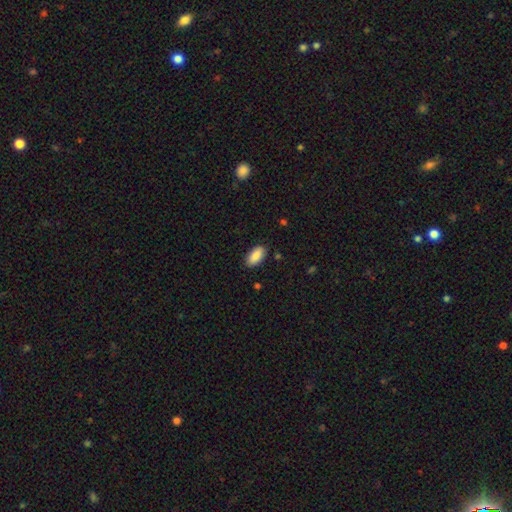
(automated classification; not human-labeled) smooth-or-featured: smooth: 88% | star or artifact: 6% | featured or disk: 6%
  how-rounded: in between: 92% | cigar-shaped: 6% | round: 2%
  merging: none: 87% | minor disturbance: 9% | major disturbance: 2% | merger: 1%